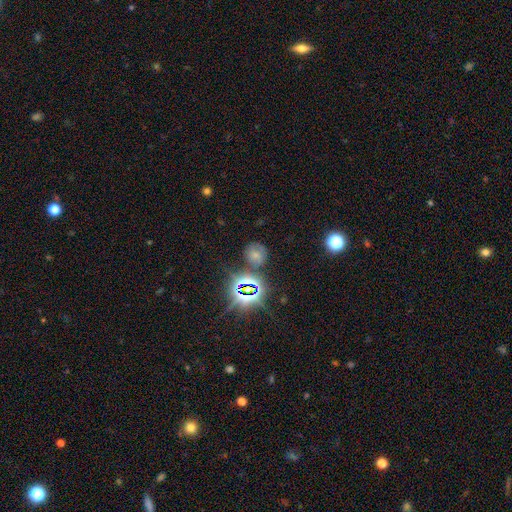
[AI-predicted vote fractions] This appears to be a smooth galaxy with no disk features (44%). Merging: none (68%).